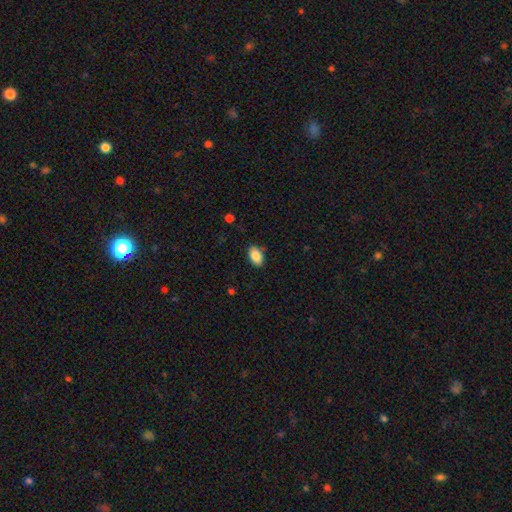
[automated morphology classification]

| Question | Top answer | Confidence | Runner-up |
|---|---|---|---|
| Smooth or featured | smooth | 88% | star or artifact (7%) |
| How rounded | in between | 91% | round (8%) |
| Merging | none | 86% | minor disturbance (10%) |